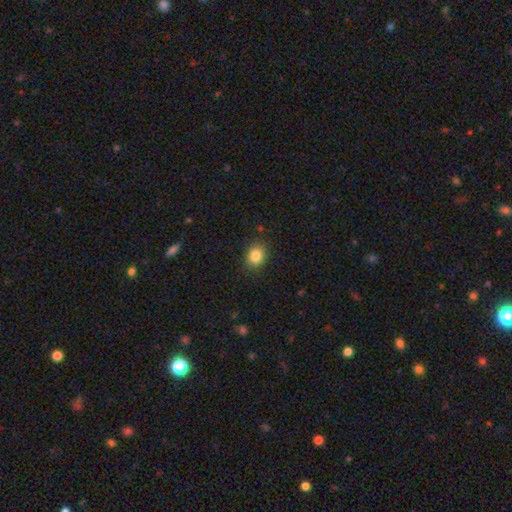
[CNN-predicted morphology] A smooth galaxy with no disk features (85%) that is round (54%).

Vote fractions:
- Smooth or featured? smooth: 85% / star or artifact: 10% / featured or disk: 5%
- How rounded? round: 54% / in between: 45% / cigar-shaped: 1%
- Merging? none: 86% / minor disturbance: 10% / major disturbance: 3% / merger: 1%